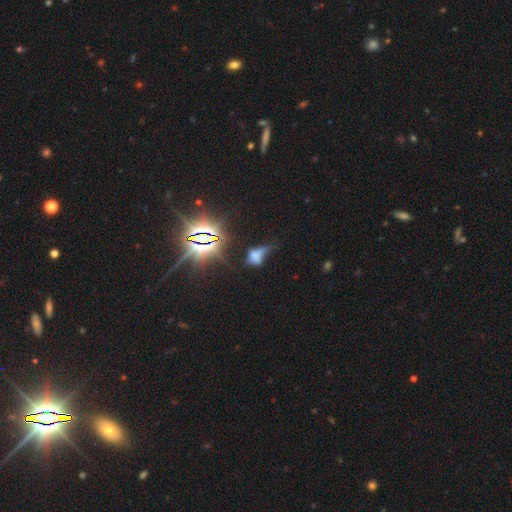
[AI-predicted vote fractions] A smooth galaxy with no disk features (41%). Merging: major disturbance (34%).